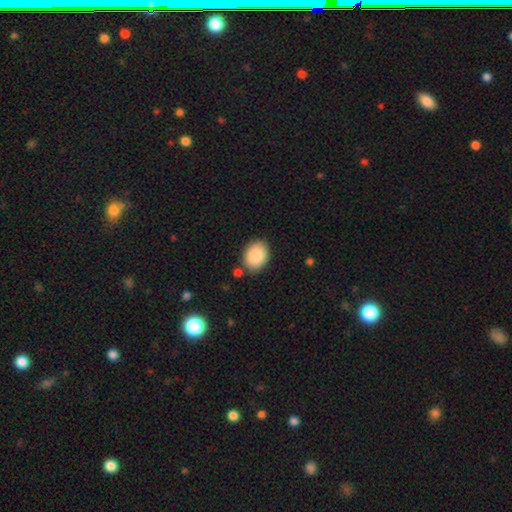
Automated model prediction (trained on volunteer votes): A smooth galaxy with no disk features (88%) that is in between round and cigar-shaped (74%). Merging: none (82%).